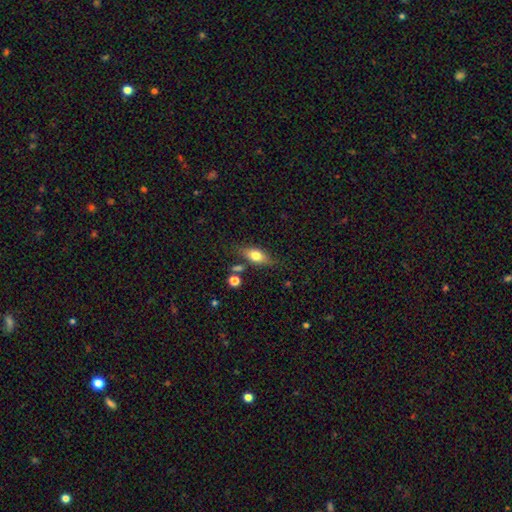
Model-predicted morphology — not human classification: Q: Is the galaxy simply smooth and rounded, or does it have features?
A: smooth — 62%.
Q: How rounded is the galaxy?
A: in between — 72%.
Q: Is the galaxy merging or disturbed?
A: none — 73%.